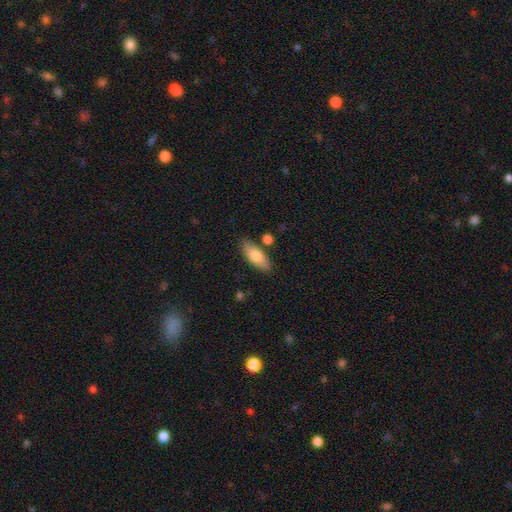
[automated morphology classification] This is likely a smooth galaxy (77%). How rounded: likely in between (78%). Merging: clearly none (81%).